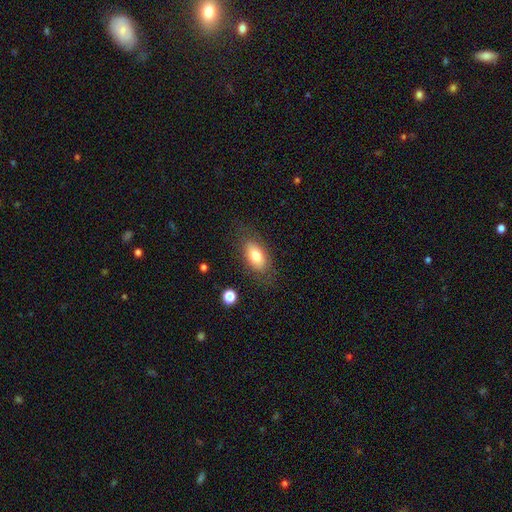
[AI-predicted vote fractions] This is likely a smooth galaxy (77%). How rounded: clearly in between (89%). Merging: likely none (78%).